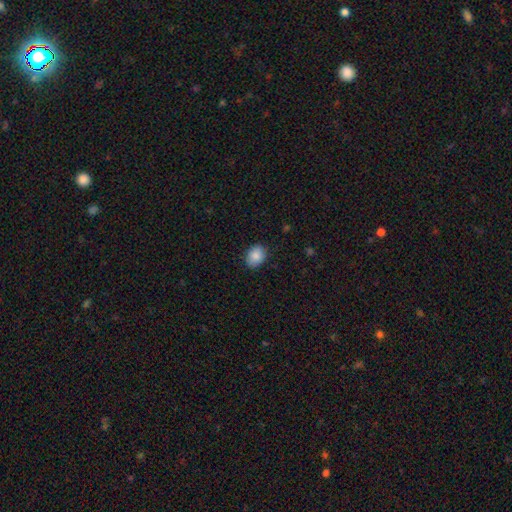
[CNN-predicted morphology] This appears to be a smooth galaxy with no disk features (87%) that is in between round and cigar-shaped (68%). Merging: none (86%).